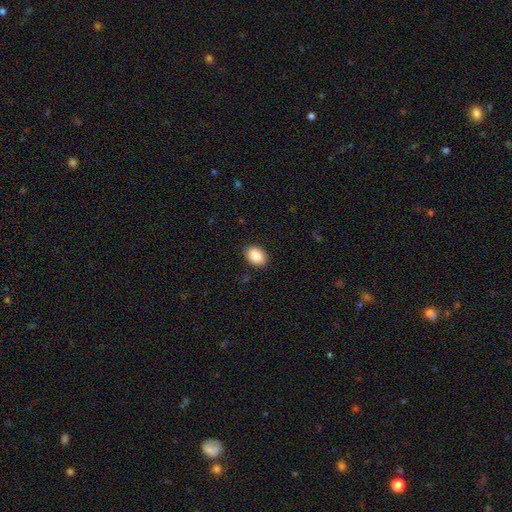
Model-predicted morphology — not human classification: A smooth galaxy with no disk features (90%) that is in between round and cigar-shaped (79%).

Vote fractions:
- Smooth or featured? smooth: 90% / star or artifact: 7% / featured or disk: 3%
- How rounded? in between: 79% / round: 20% / cigar-shaped: 1%
- Merging? none: 88% / minor disturbance: 9% / major disturbance: 2% / merger: 1%